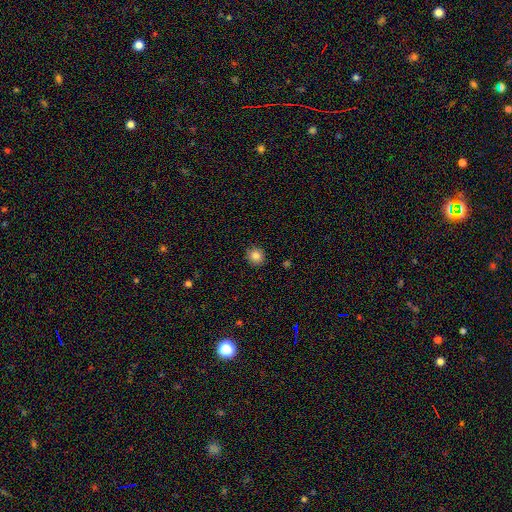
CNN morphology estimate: A smooth galaxy with no disk features (83%) that is round (88%). Merging: none (90%).